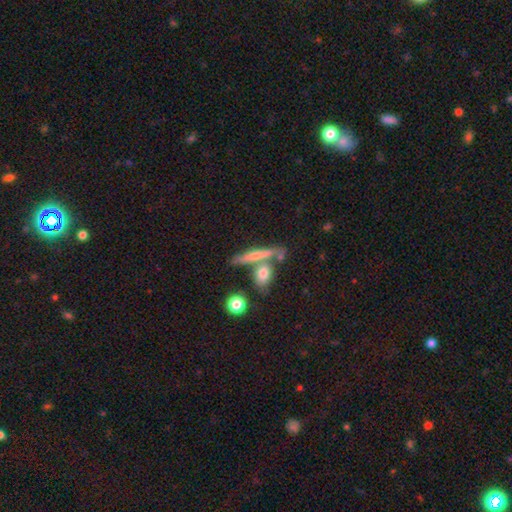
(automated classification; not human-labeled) Smooth or featured?
  - smooth: 56% *
  - featured or disk: 36%
  - star or artifact: 8%
How rounded?
  - cigar-shaped: 74% *
  - in between: 17%
  - round: 9%
Merging?
  - none: 60% *
  - merger: 24%
  - minor disturbance: 12%
  - major disturbance: 5%